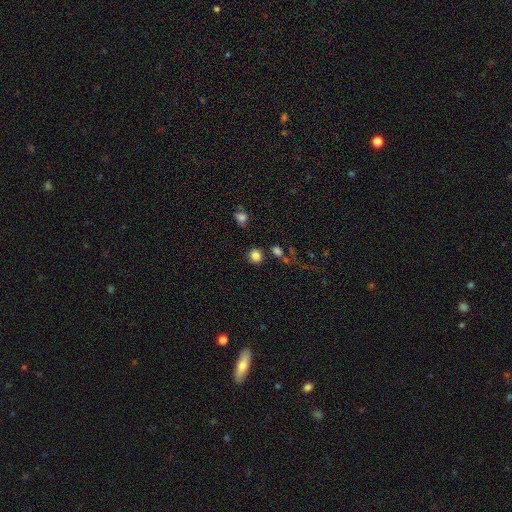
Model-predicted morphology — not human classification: Overall: smooth (83%). How rounded: round (79%). Merging: none (81%).